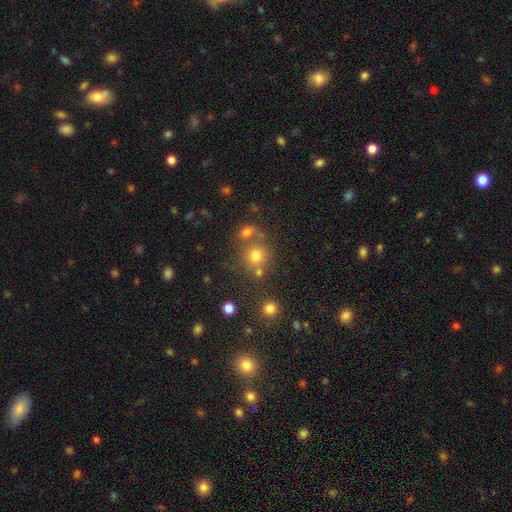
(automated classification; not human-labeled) Smooth or featured: smooth — 74% (star or artifact — 17%)
How rounded: round — 90% (in between — 9%)
Merging: none — 67% (merger — 20%)